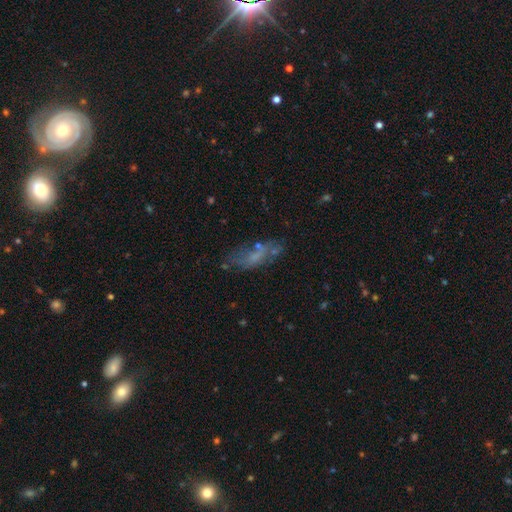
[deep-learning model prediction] Q: Smooth or featured?
A: smooth (46%); runner-up: featured or disk (39%)
Q: Merging?
A: none (50%); runner-up: minor disturbance (22%)